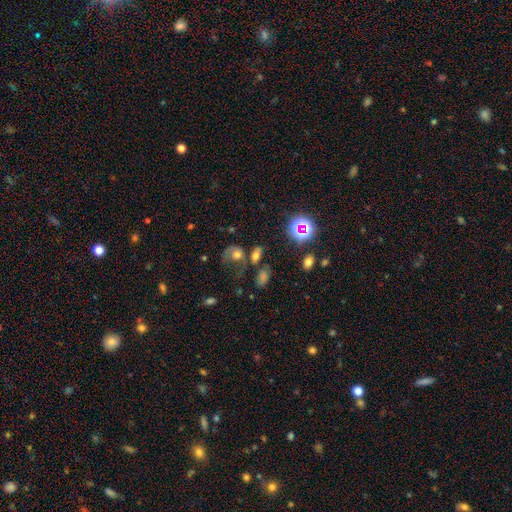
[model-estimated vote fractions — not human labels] Morphology: type=smooth (53%); roundness=in between (66%); merging=none (40%).